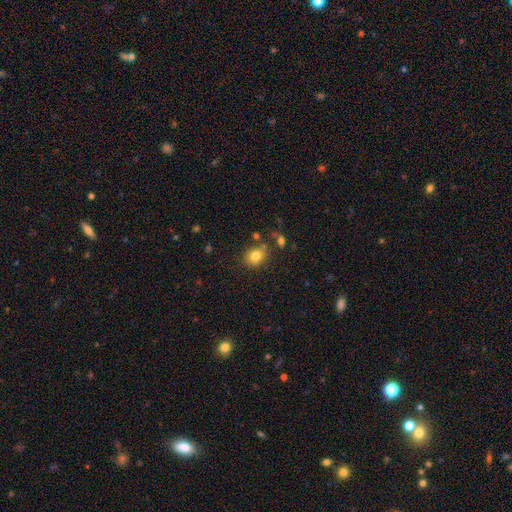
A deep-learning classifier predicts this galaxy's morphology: This is likely a smooth galaxy (80%). How rounded: possibly round (59%). Merging: likely none (76%).